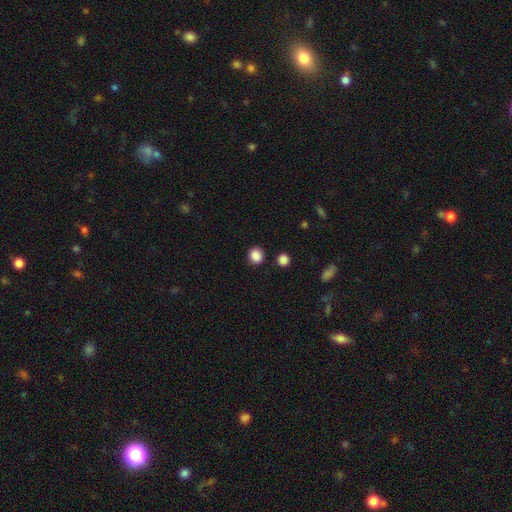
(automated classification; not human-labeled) A smooth galaxy with no disk features (86%) that is round (87%). Merging: none (87%).